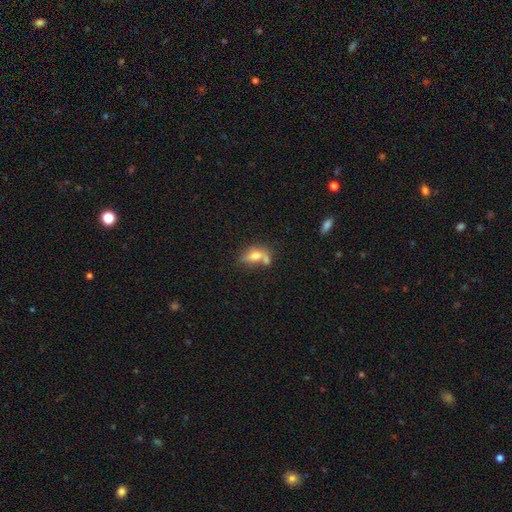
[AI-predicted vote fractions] Smooth or featured? smooth (62%)
How rounded? in between (75%)
Merging? merger (37%)